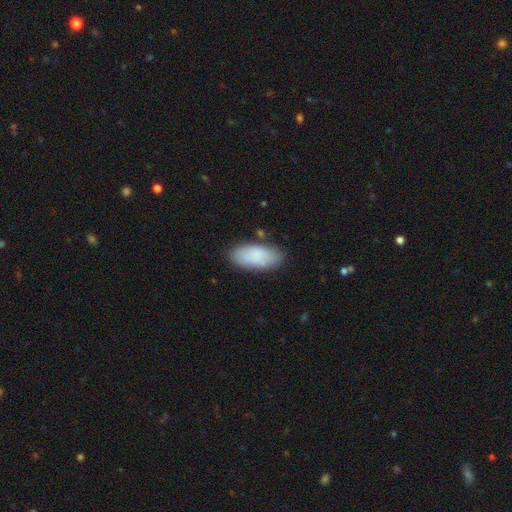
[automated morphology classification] Smooth or featured: smooth — 85% (featured or disk — 9%)
How rounded: in between — 89% (cigar-shaped — 9%)
Merging: none — 80% (minor disturbance — 15%)